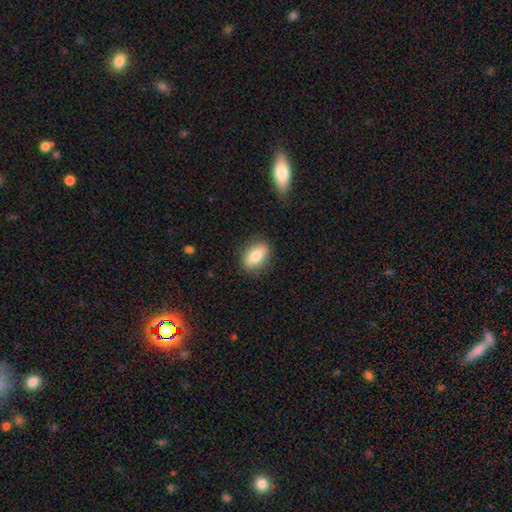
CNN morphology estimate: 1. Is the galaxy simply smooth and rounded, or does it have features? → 77% smooth, 15% featured or disk, 7% star or artifact.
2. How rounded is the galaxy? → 82% in between, 13% round, 5% cigar-shaped.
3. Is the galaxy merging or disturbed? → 85% none, 11% minor disturbance, 3% major disturbance, 1% merger.